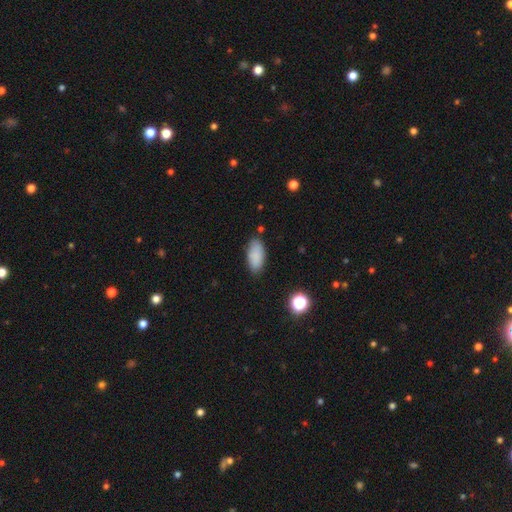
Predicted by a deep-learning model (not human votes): Smooth or featured? smooth (87%)
How rounded? in between (89%)
Merging? none (82%)